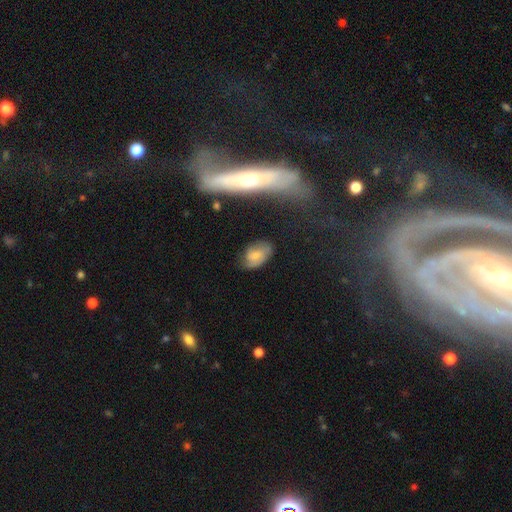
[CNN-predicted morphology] Q: Smooth or featured?
A: smooth (58%); runner-up: featured or disk (32%)
Q: How rounded?
A: in between (87%); runner-up: round (11%)
Q: Merging?
A: none (59%); runner-up: minor disturbance (30%)